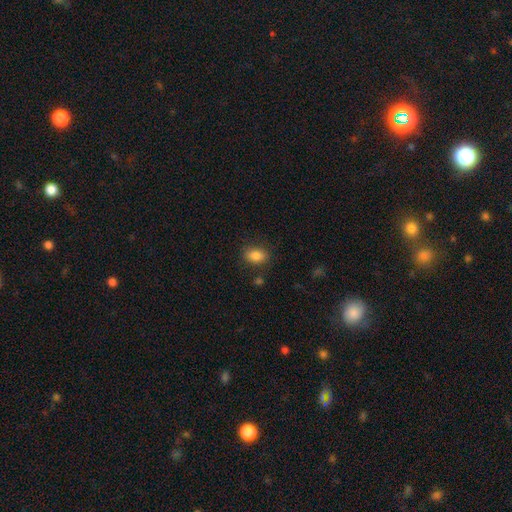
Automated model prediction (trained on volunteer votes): smooth_or_featured: smooth (p=0.85) [alt: star or artifact p=0.09]
how_rounded: in between (p=0.82) [alt: round p=0.17]
merging: none (p=0.83) [alt: minor disturbance p=0.11]